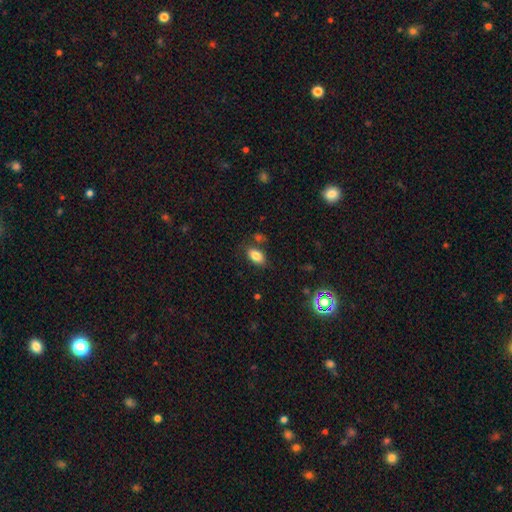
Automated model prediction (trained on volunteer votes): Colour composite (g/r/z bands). It shows a smooth galaxy with no disk features (83%) that is in between round and cigar-shaped (90%). Merging: none (76%).